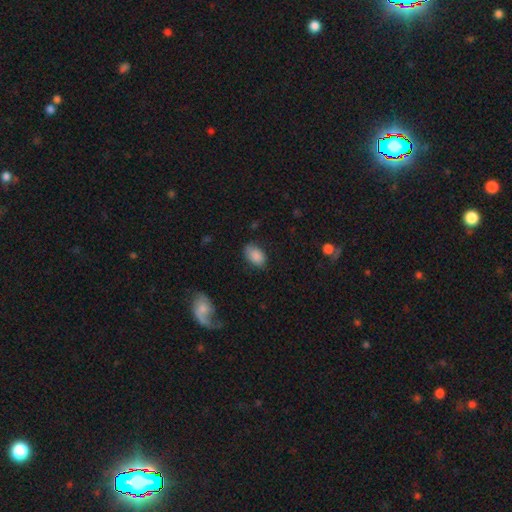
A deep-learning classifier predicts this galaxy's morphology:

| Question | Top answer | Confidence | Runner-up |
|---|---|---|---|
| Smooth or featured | smooth | 86% | star or artifact (7%) |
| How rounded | in between | 88% | round (11%) |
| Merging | none | 72% | minor disturbance (21%) |